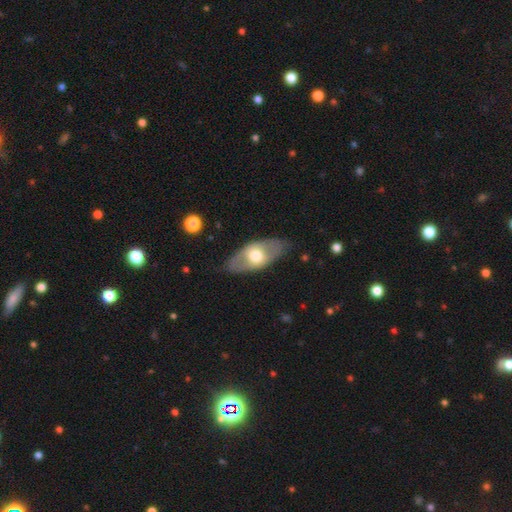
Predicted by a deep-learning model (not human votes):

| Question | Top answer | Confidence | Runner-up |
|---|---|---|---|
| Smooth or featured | smooth | 51% | featured or disk (44%) |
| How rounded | in between | 87% | cigar-shaped (7%) |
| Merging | none | 79% | minor disturbance (15%) |